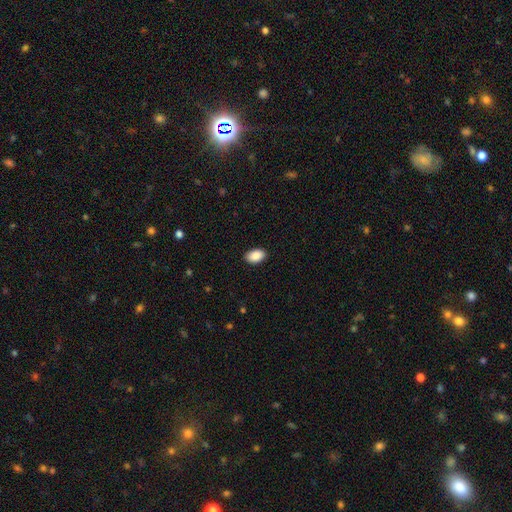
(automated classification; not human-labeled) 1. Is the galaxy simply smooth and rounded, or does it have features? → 90% smooth, 7% star or artifact, 4% featured or disk.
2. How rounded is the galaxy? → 91% in between, 8% round, 1% cigar-shaped.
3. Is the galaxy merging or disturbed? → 90% none, 8% minor disturbance, 2% major disturbance, 1% merger.